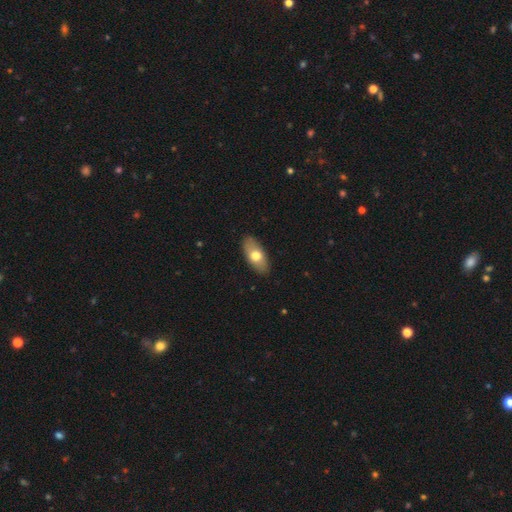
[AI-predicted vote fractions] Morphology: type=smooth (68%); roundness=in between (89%); merging=none (88%).